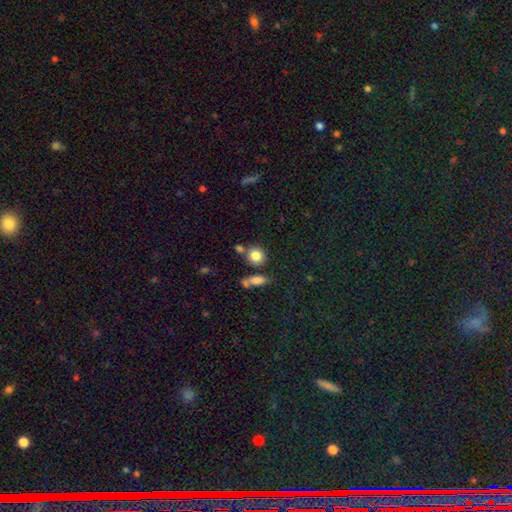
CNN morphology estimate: smooth_or_featured: smooth (p=0.83) [alt: star or artifact p=0.10]
how_rounded: round (p=0.82) [alt: in between p=0.17]
merging: none (p=0.68) [alt: merger p=0.16]